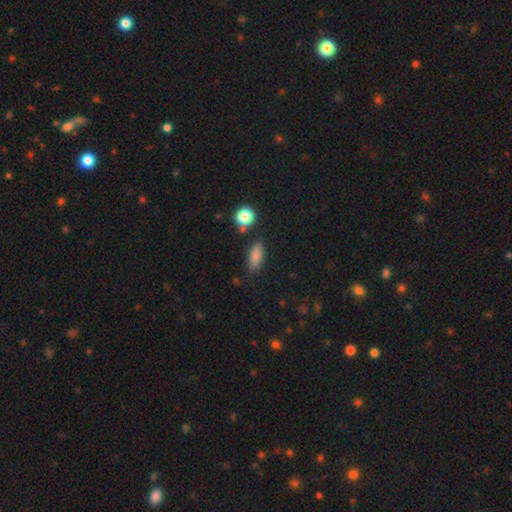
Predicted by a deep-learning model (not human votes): The model was most divided on "how rounded": in between: 77%, cigar-shaped: 17%, round: 6%. More confident: smooth or featured — smooth (83%); merging — none (79%).